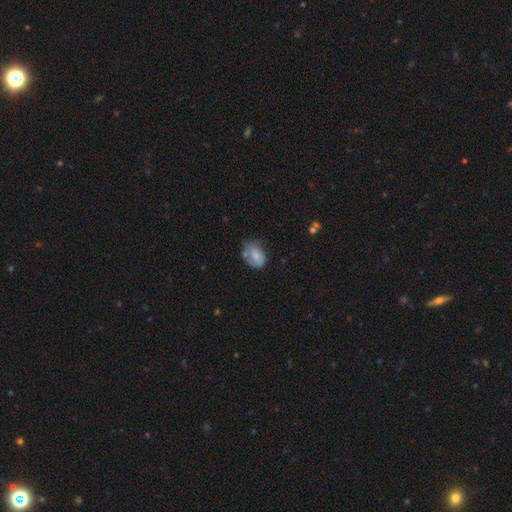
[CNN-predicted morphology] Q: Smooth or featured?
A: smooth (69%); runner-up: featured or disk (23%)
Q: How rounded?
A: in between (75%); runner-up: round (24%)
Q: Merging?
A: none (49%); runner-up: minor disturbance (32%)